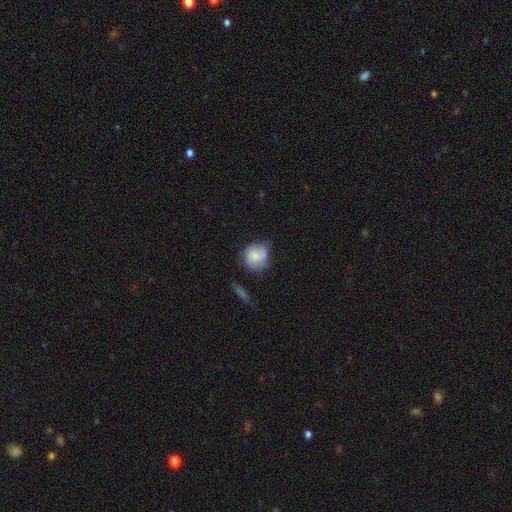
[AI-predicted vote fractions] Smooth or featured: smooth — 74% (featured or disk — 18%)
How rounded: round — 77% (in between — 22%)
Merging: none — 49% (minor disturbance — 34%)